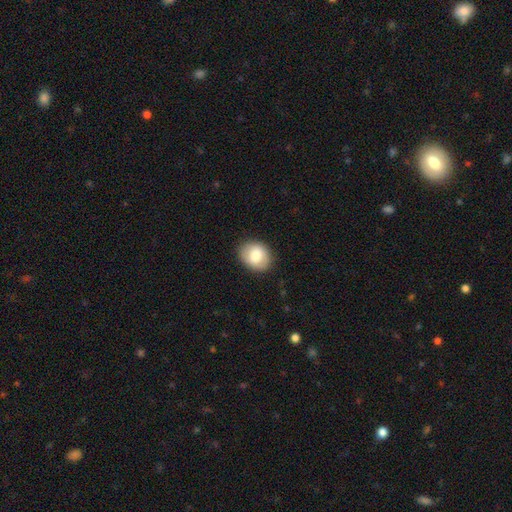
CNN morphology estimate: Overall: smooth (79%). How rounded: round (53%; in between 46%). Merging: none (86%).